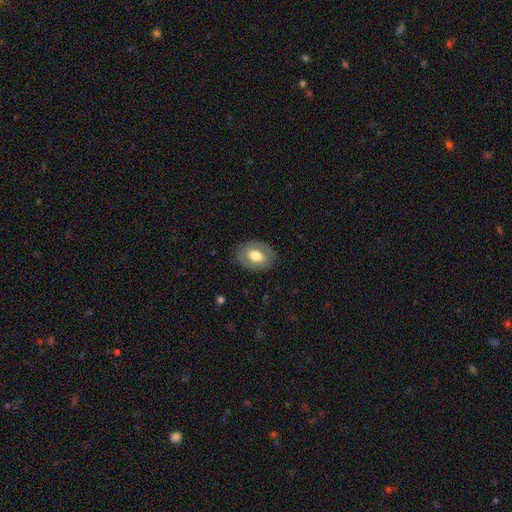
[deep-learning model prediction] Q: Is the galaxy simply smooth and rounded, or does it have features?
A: smooth — 55%.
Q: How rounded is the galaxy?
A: in between — 76%.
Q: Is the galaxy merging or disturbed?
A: none — 83%.